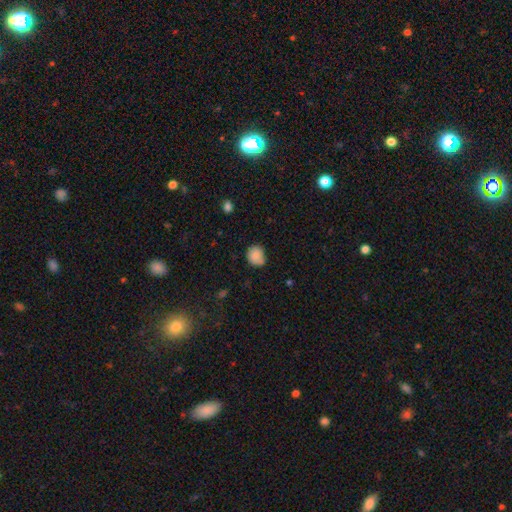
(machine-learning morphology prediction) smooth_or_featured: smooth (p=0.86) [alt: star or artifact p=0.09]
how_rounded: round (p=0.68) [alt: in between p=0.31]
merging: none (p=0.64) [alt: minor disturbance p=0.28]